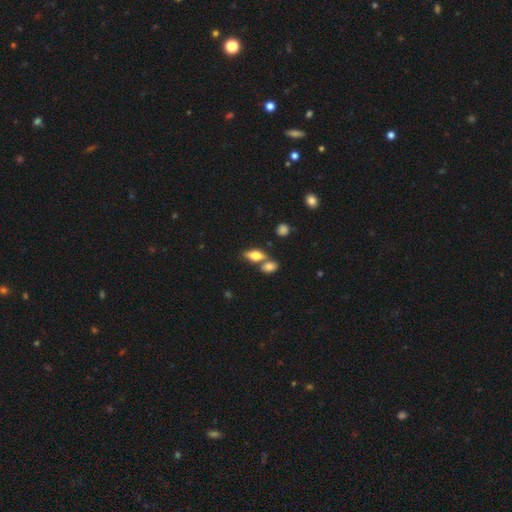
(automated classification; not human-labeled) Smooth or featured? smooth (70%)
How rounded? in between (80%)
Merging? none (49%)